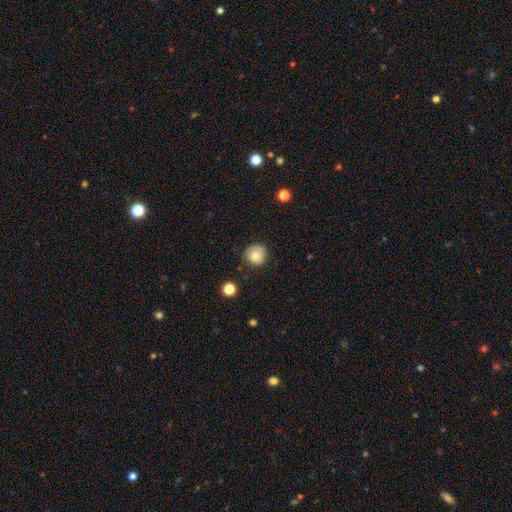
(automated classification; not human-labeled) A smooth galaxy with no disk features (78%) that is round (93%).

Vote fractions:
- Smooth or featured? smooth: 78% / featured or disk: 13% / star or artifact: 10%
- How rounded? round: 93% / in between: 6% / cigar-shaped: 1%
- Merging? none: 80% / minor disturbance: 15% / major disturbance: 3% / merger: 2%